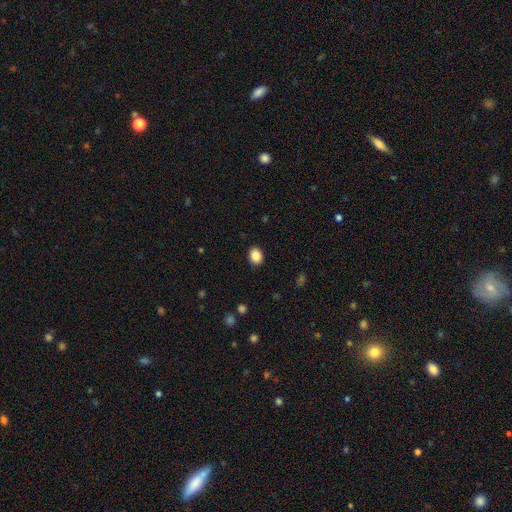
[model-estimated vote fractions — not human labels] This is clearly a smooth galaxy (88%). How rounded: likely in between (61%). Merging: clearly none (89%).